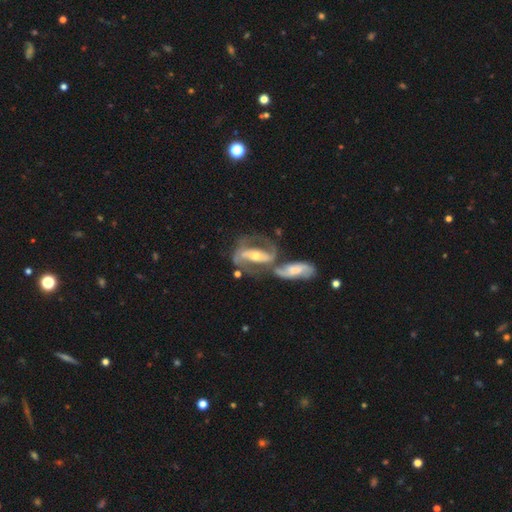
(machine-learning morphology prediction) This is clearly a featured or disk galaxy (87%). It is clearly not viewed edge-on (93%). Bar: possibly strong (57%). Spiral arm pattern: clearly yes (92%). Spiral arm count: clearly 2 (85%). Spiral winding: possibly medium (50%). Central bulge: possibly moderate (55%). Merging: possibly merger (46%).